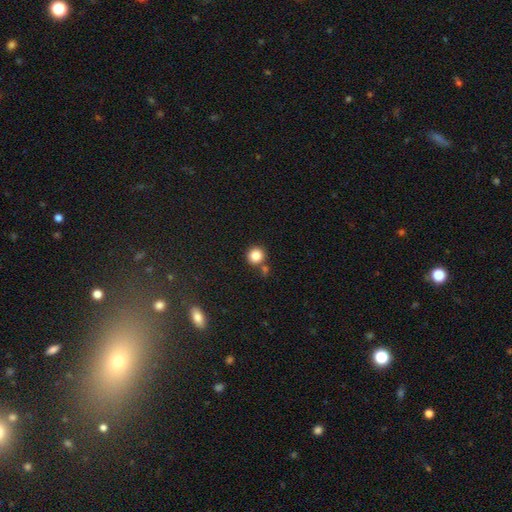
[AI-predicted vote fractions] This appears to be a smooth galaxy with no disk features (85%) that is round (92%). Merging: none (72%).